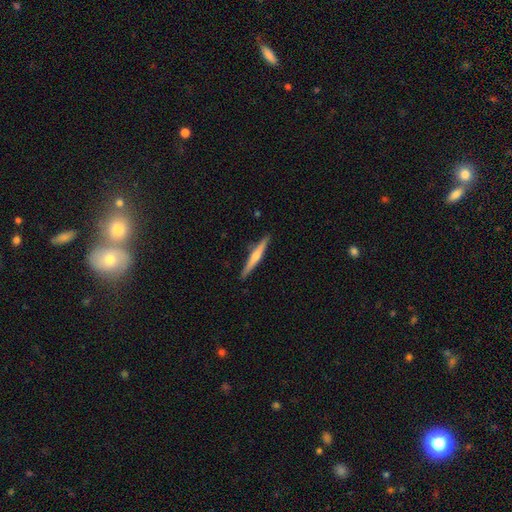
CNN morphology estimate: This appears to be a featured or disk galaxy (58%) viewed edge-on (98%) with a rounded central bulge (79%). Merging: none (90%).